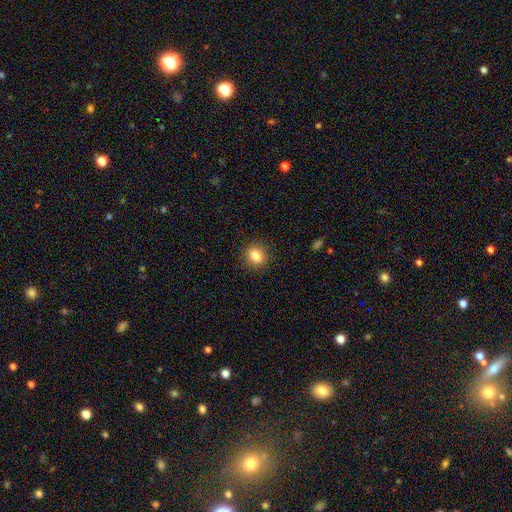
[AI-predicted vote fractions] smooth 84%, star or artifact 10%, featured or disk 6%. Down the decision tree: how rounded — round (77%); merging — none (90%).